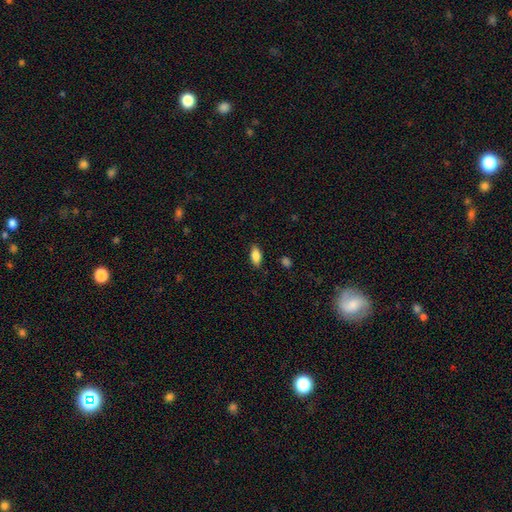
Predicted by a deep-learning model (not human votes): Q: Smooth or featured?
A: smooth (85%); runner-up: featured or disk (8%)
Q: How rounded?
A: in between (87%); runner-up: cigar-shaped (10%)
Q: Merging?
A: none (85%); runner-up: minor disturbance (11%)